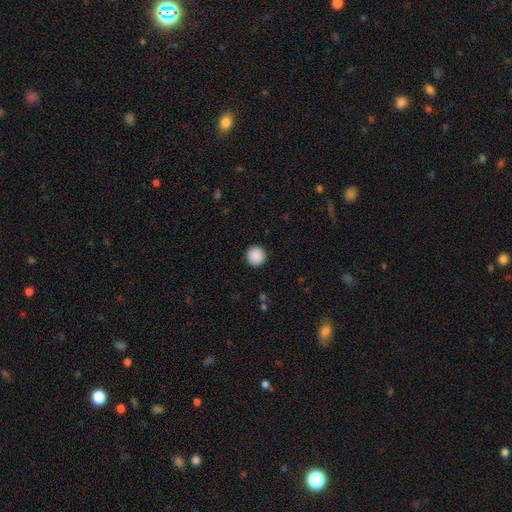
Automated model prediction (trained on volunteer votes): Q: Smooth or featured?
A: smooth (90%); runner-up: star or artifact (8%)
Q: How rounded?
A: round (96%); runner-up: in between (3%)
Q: Merging?
A: none (93%); runner-up: minor disturbance (4%)